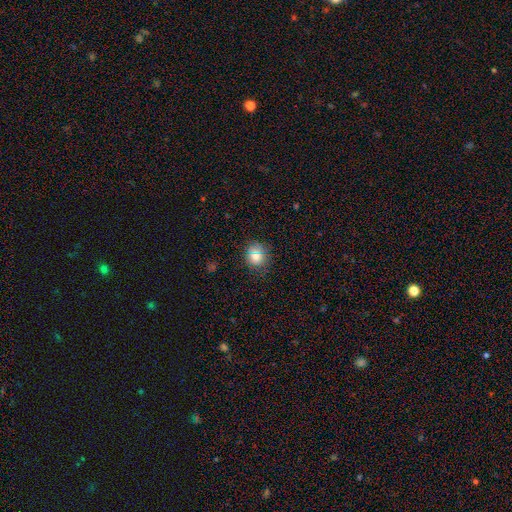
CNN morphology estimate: The model was most divided on "smooth or featured": smooth: 76%, star or artifact: 16%, featured or disk: 8%. More confident: merging — none (85%); how rounded — round (84%).